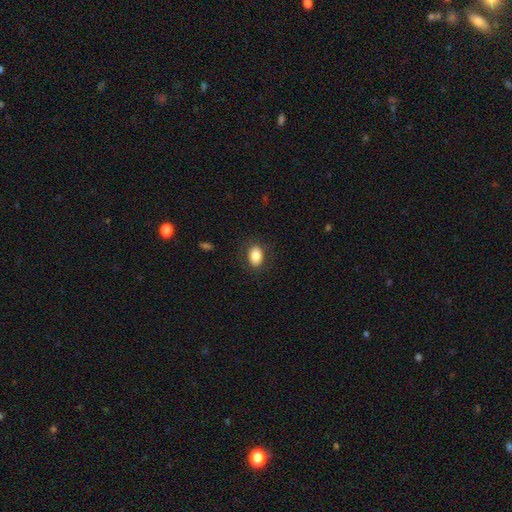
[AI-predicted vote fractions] smooth_or_featured: smooth (p=0.83) [alt: featured or disk p=0.09]
how_rounded: in between (p=0.81) [alt: round p=0.17]
merging: none (p=0.84) [alt: minor disturbance p=0.11]